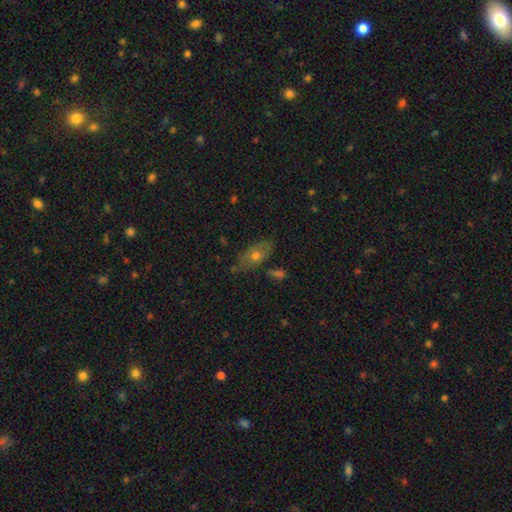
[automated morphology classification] Overall: smooth (54%; featured or disk 36%). How rounded: in between (82%). Merging: none (70%).